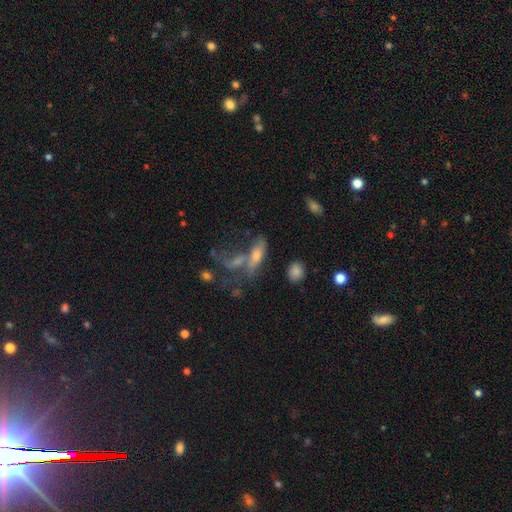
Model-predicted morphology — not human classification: This is possibly a featured or disk galaxy (45%). Merging: marginally merger (38%).